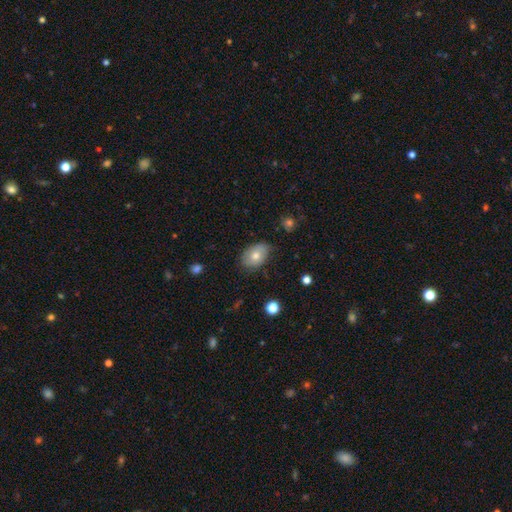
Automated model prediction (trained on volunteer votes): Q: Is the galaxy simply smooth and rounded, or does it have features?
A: smooth — 69%.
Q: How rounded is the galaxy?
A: in between — 83%.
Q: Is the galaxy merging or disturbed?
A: none — 75%.